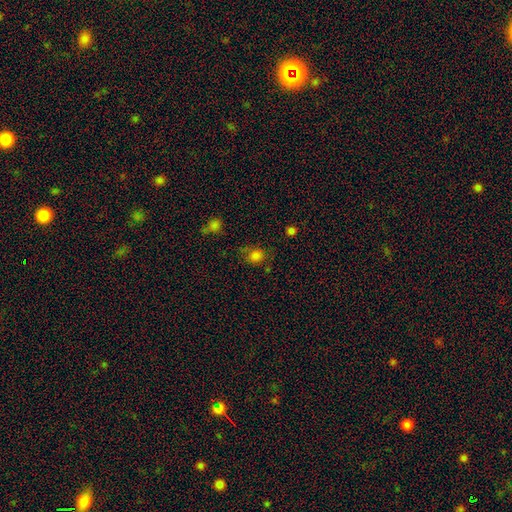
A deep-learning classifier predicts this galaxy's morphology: This appears to be a smooth galaxy with no disk features (78%) that is round (70%). Merging: none (67%).